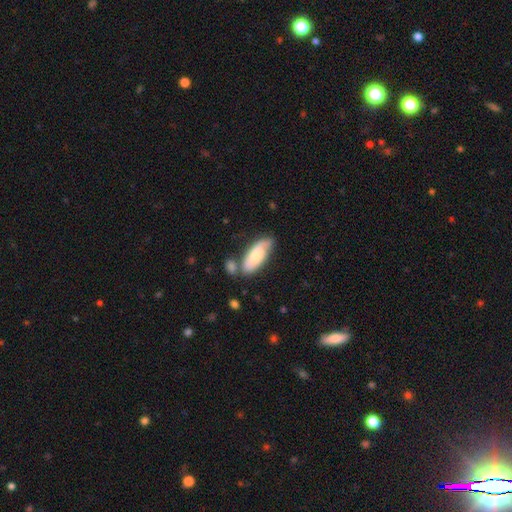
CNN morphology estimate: Smooth or featured? Predicted: smooth (p=0.61). How rounded? Predicted: in between (p=0.80). Merging? Predicted: none (p=0.56).